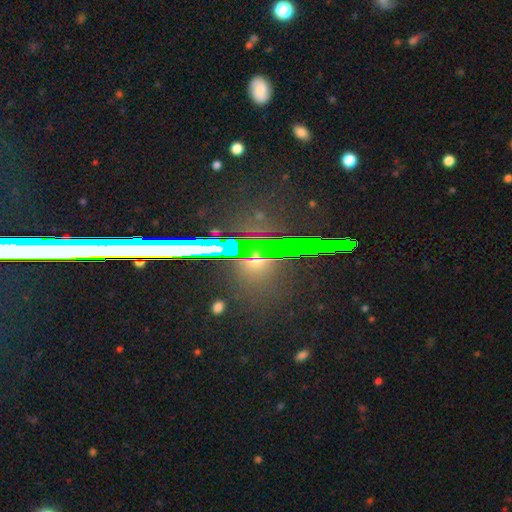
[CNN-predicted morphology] Smooth or featured?
  - star or artifact: 62% *
  - smooth: 27%
  - featured or disk: 12%